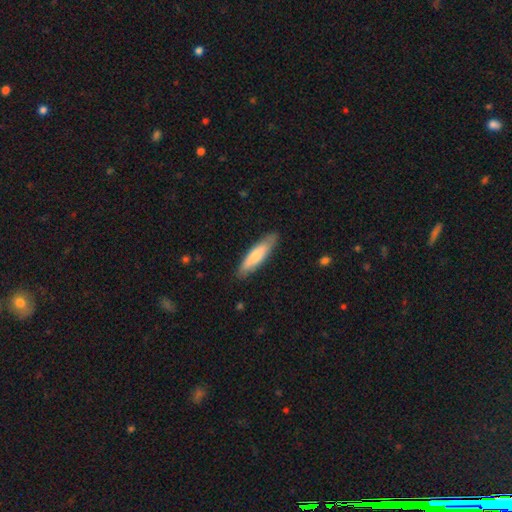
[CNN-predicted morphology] The model was most divided on "how rounded": cigar-shaped: 69%, in between: 30%, round: 1%. More confident: merging — none (85%); smooth or featured — smooth (73%).